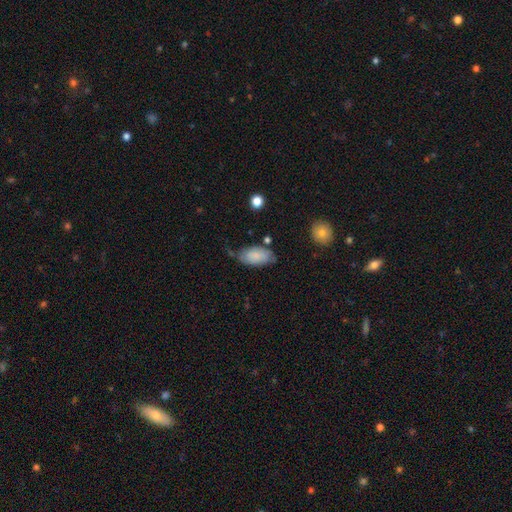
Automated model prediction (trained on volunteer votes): Q: Smooth or featured?
A: smooth (79%); runner-up: featured or disk (14%)
Q: How rounded?
A: in between (94%); runner-up: cigar-shaped (4%)
Q: Merging?
A: none (61%); runner-up: minor disturbance (27%)